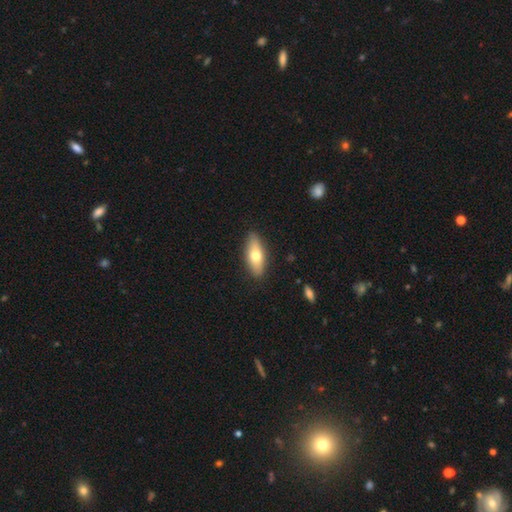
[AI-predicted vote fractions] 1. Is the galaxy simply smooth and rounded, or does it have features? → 66% smooth, 28% featured or disk, 6% star or artifact.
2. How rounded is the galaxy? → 72% in between, 25% cigar-shaped, 3% round.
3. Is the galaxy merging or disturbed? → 88% none, 9% minor disturbance, 2% major disturbance, 1% merger.